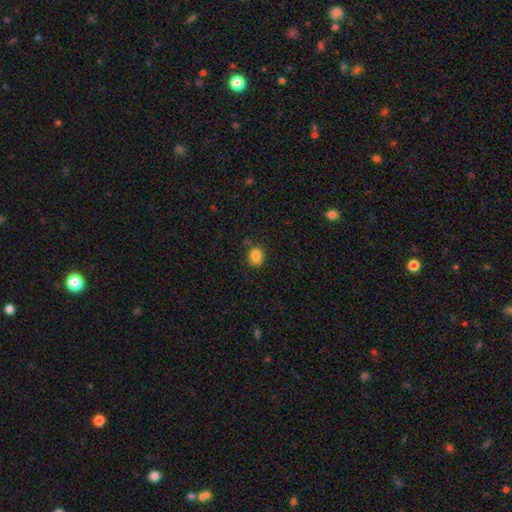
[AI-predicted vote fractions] smooth_or_featured: smooth (p=0.85) [alt: star or artifact p=0.10]
how_rounded: in between (p=0.55) [alt: round p=0.44]
merging: none (p=0.79) [alt: minor disturbance p=0.14]